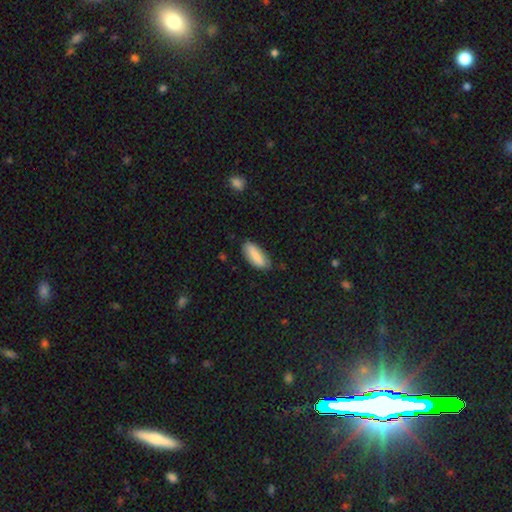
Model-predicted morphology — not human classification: This appears to be a smooth galaxy with no disk features (81%) that is in between round and cigar-shaped (79%). Merging: none (78%).